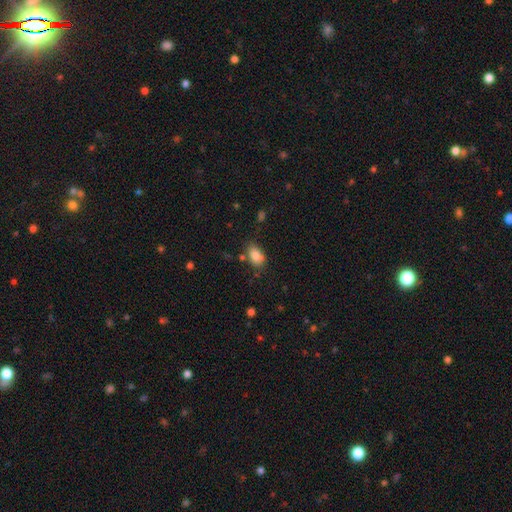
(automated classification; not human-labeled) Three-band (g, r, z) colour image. It shows a smooth galaxy with no disk features (84%) that is in between round and cigar-shaped (88%). Merging: none (67%).